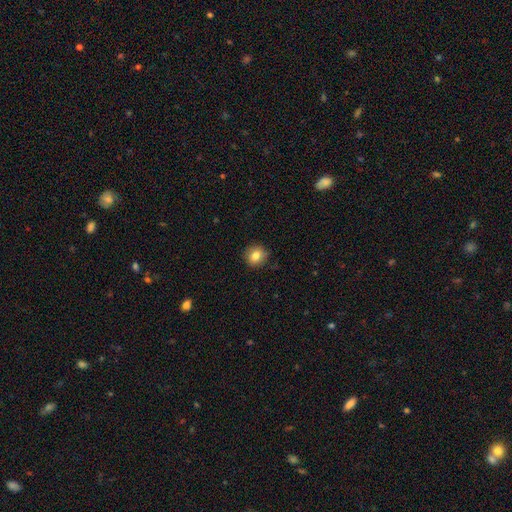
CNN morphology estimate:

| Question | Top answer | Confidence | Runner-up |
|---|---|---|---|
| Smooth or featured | smooth | 83% | star or artifact (10%) |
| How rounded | round | 78% | in between (21%) |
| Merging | none | 88% | minor disturbance (9%) |